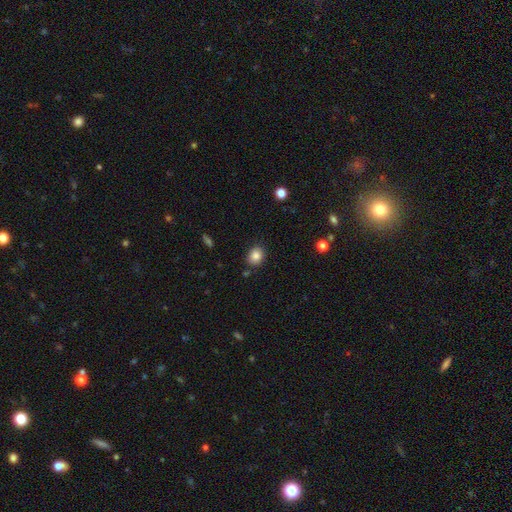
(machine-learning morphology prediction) A smooth galaxy with no disk features (84%) that is round (57%).

Vote fractions:
- Smooth or featured? smooth: 84% / star or artifact: 10% / featured or disk: 6%
- How rounded? round: 57% / in between: 42% / cigar-shaped: 1%
- Merging? none: 84% / minor disturbance: 11% / merger: 3% / major disturbance: 2%